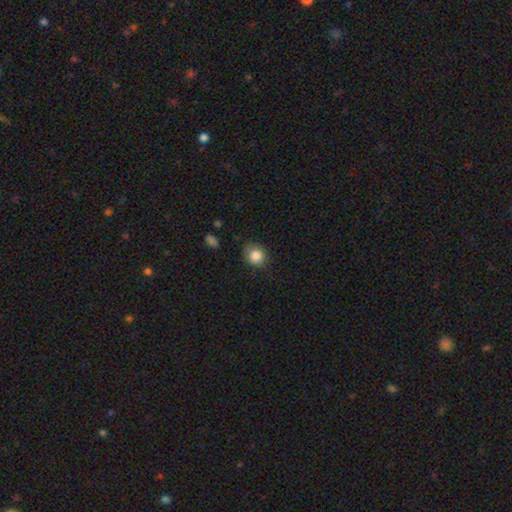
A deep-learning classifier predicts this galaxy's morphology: smooth 85%, star or artifact 10%, featured or disk 5%. Down the decision tree: how rounded — round (80%); merging — none (79%).